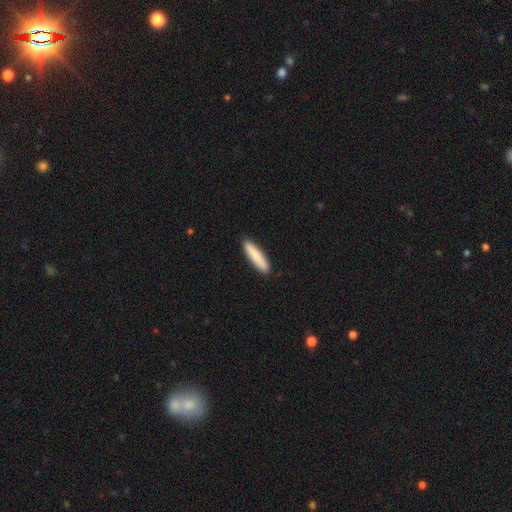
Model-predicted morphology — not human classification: A smooth galaxy with no disk features (85%) that is cigar-shaped (83%). Merging: none (91%).